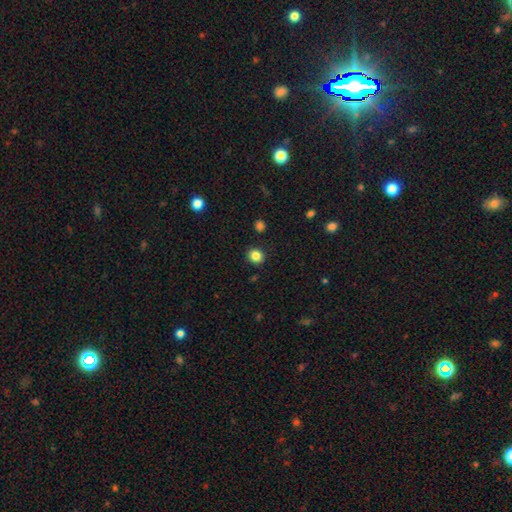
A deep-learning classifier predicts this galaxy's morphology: The model was most divided on "how rounded": round: 81%, in between: 19%, cigar-shaped: 1%. More confident: merging — none (89%); smooth or featured — smooth (84%).